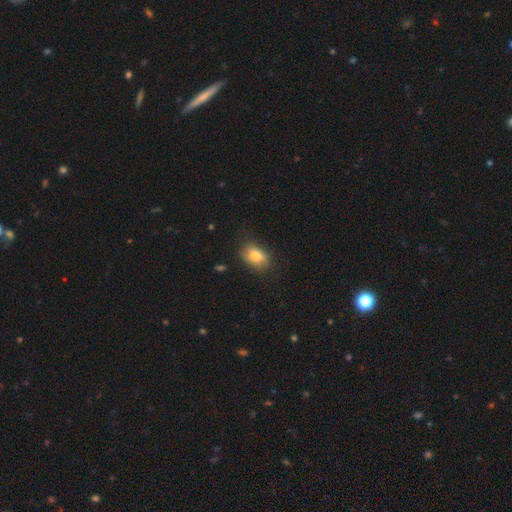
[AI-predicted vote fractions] Q: Smooth or featured?
A: smooth (79%); runner-up: featured or disk (12%)
Q: How rounded?
A: in between (79%); runner-up: round (19%)
Q: Merging?
A: none (74%); runner-up: minor disturbance (20%)